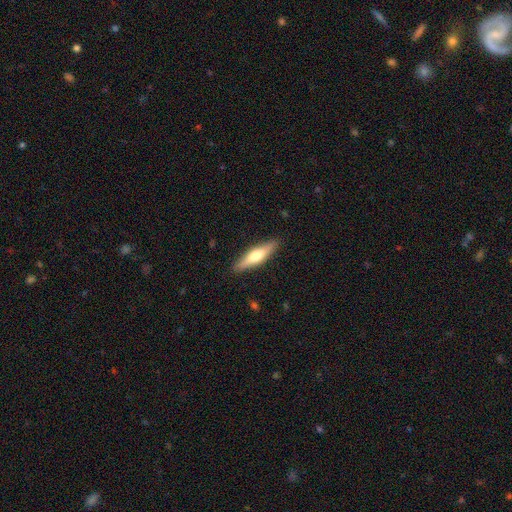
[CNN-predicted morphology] This appears to be a smooth galaxy with no disk features (51%) that is cigar-shaped (73%). Merging: none (89%).